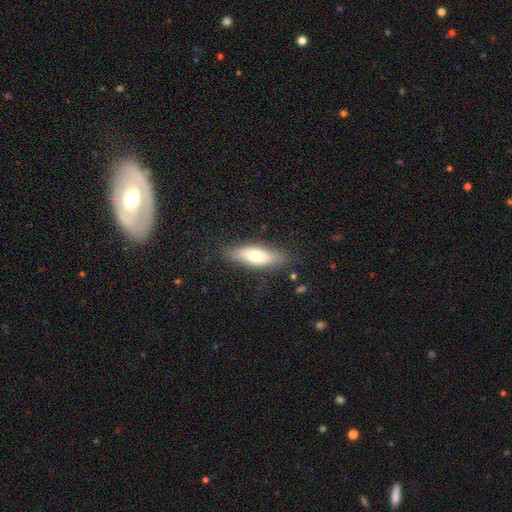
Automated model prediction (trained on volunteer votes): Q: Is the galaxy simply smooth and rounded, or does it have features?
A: smooth — 66%.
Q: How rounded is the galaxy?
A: in between — 60%.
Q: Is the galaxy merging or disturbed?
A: none — 83%.